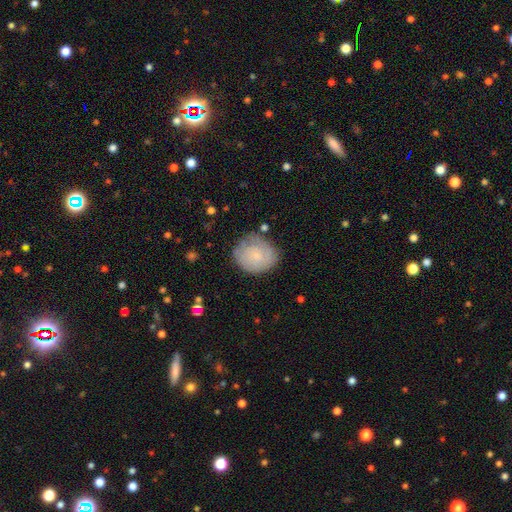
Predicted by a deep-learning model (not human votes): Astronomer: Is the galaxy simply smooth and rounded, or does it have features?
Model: smooth — 58% (runner-up: featured or disk, 35%).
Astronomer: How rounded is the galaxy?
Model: round — 68%.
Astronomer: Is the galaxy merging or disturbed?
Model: none — 70%.